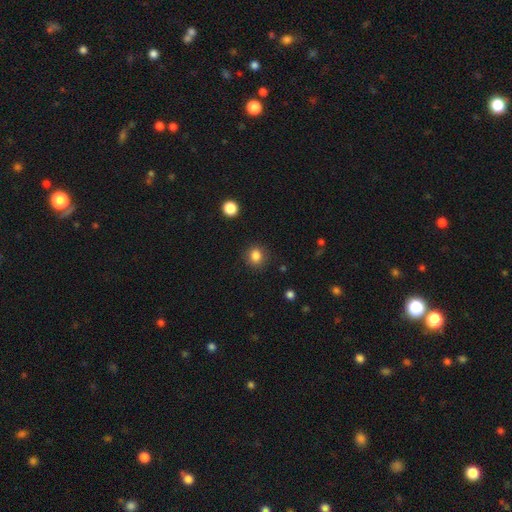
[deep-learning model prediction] Smooth or featured?
  - smooth: 84% *
  - star or artifact: 11%
  - featured or disk: 4%
How rounded?
  - round: 78% *
  - in between: 21%
  - cigar-shaped: 1%
Merging?
  - none: 88% *
  - minor disturbance: 8%
  - major disturbance: 3%
  - merger: 1%